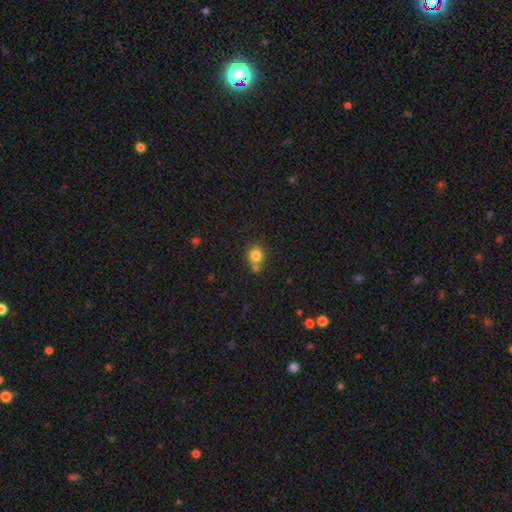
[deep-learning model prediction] The model was most divided on "merging": none: 55%, merger: 30%, minor disturbance: 12%, major disturbance: 4%. More confident: how rounded — round (82%); smooth or featured — smooth (81%).